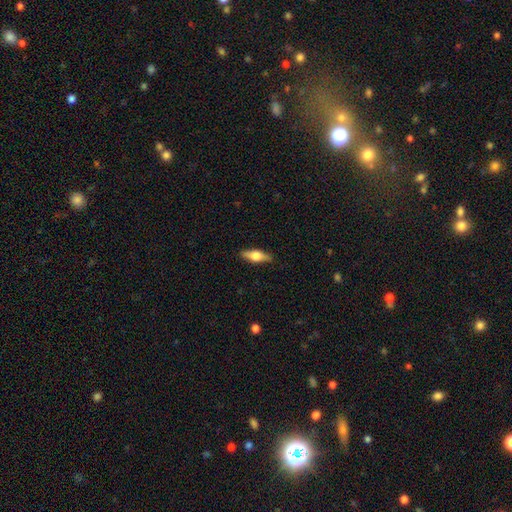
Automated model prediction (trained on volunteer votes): A smooth galaxy with no disk features (49%). Merging: none (88%).